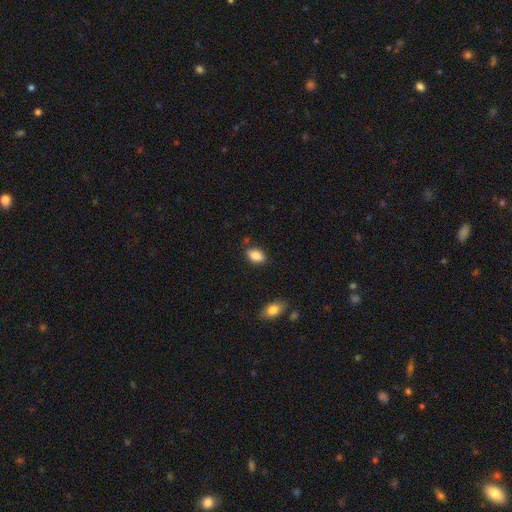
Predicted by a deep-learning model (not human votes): Overall: smooth (86%). How rounded: in between (91%). Merging: none (80%).